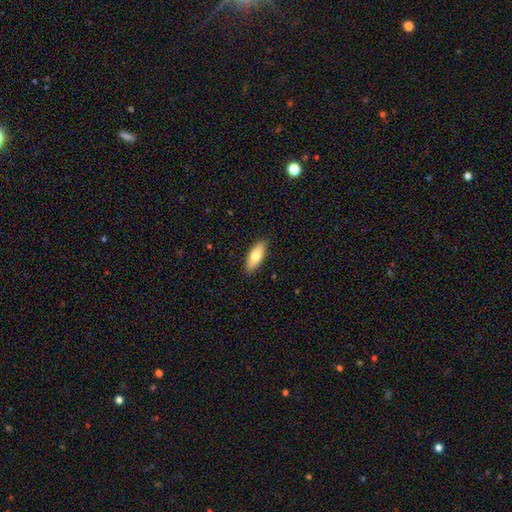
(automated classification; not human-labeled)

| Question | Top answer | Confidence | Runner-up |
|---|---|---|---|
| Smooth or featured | smooth | 74% | featured or disk (21%) |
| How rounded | in between | 73% | cigar-shaped (25%) |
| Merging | none | 89% | minor disturbance (8%) |